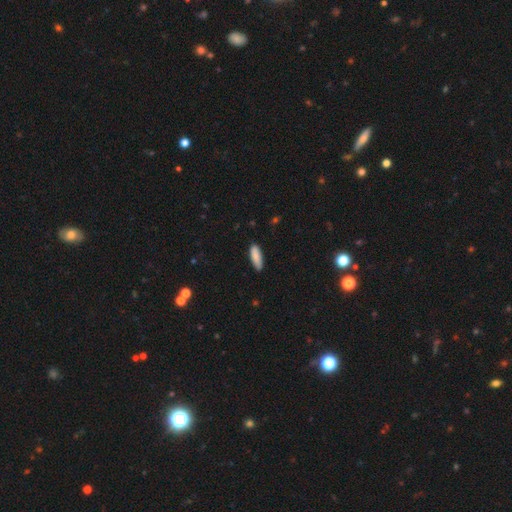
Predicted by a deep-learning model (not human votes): The model was most divided on "how rounded": in between: 56%, cigar-shaped: 42%, round: 2%. More confident: smooth or featured — smooth (86%); merging — none (85%).